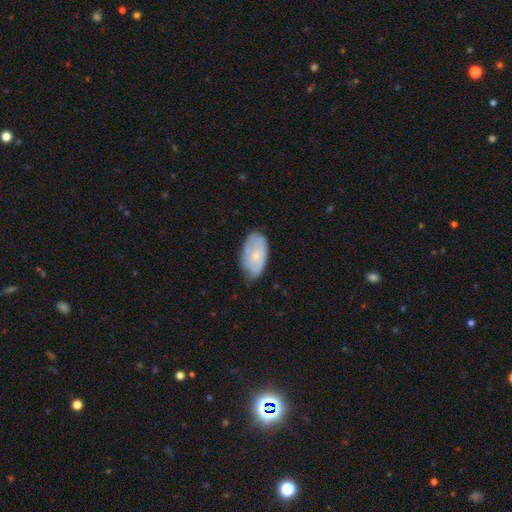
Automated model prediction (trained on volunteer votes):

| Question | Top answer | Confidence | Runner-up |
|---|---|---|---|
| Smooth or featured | smooth | 53% | featured or disk (41%) |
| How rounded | in between | 94% | round (5%) |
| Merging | none | 63% | minor disturbance (29%) |